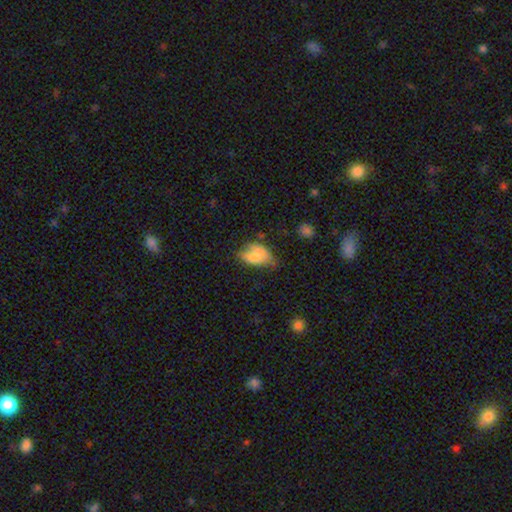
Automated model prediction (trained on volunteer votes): A smooth galaxy with no disk features (68%) that is in between round and cigar-shaped (85%).

Vote fractions:
- Smooth or featured? smooth: 68% / featured or disk: 22% / star or artifact: 11%
- How rounded? in between: 85% / round: 13% / cigar-shaped: 2%
- Merging? minor disturbance: 34% / none: 31% / major disturbance: 21% / merger: 14%